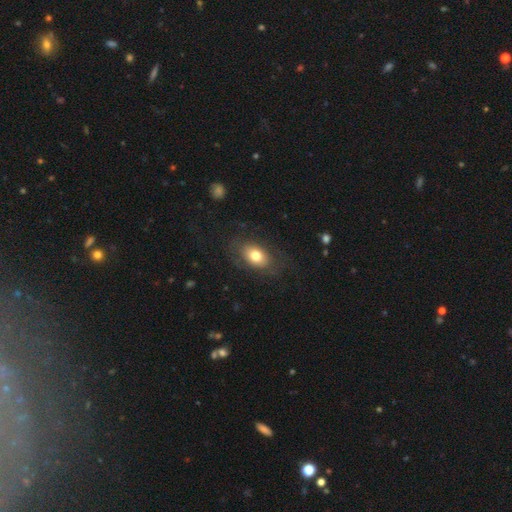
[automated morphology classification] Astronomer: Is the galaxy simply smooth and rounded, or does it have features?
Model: smooth — 74%.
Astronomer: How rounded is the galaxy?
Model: in between — 85%.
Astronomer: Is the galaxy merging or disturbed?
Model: none — 76%.